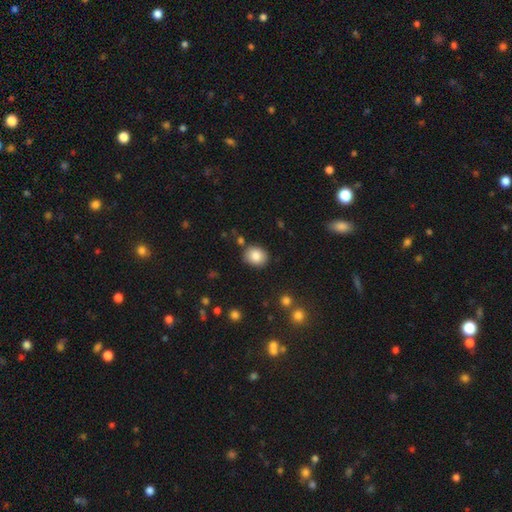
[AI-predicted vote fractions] Morphology: type=smooth (85%); roundness=round (59%); merging=none (82%).